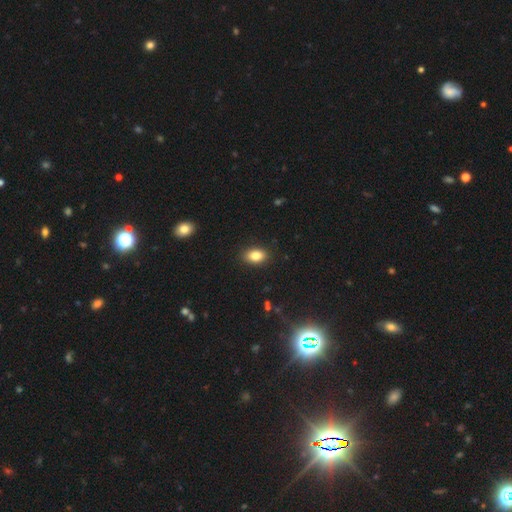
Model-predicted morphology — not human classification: Smooth or featured? Predicted: smooth (p=0.84). How rounded? Predicted: in between (p=0.84). Merging? Predicted: none (p=0.88).